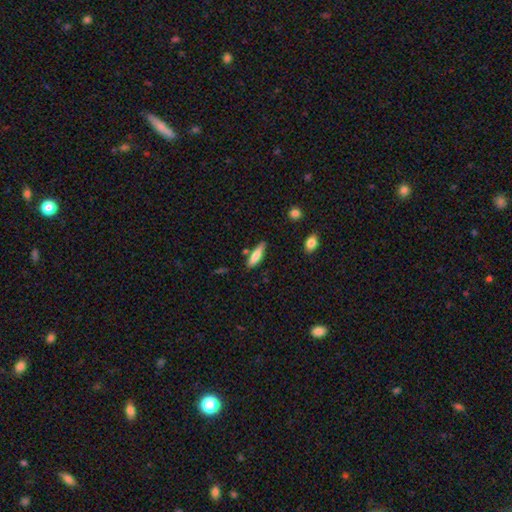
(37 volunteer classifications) This is likely a smooth galaxy (73%). How rounded: likely cigar-shaped (70%). Merging: possibly none (54%).